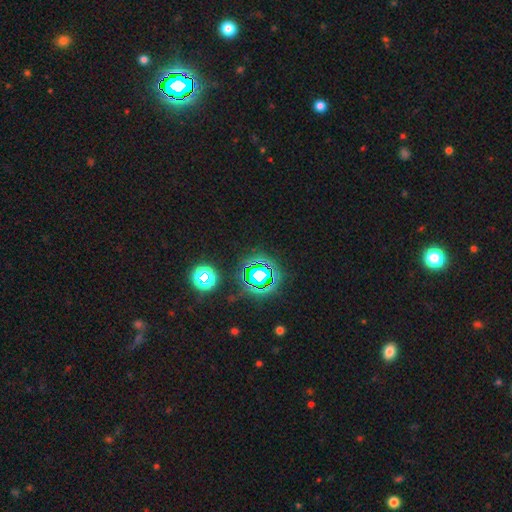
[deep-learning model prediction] Morphology: type=star or artifact (78%).